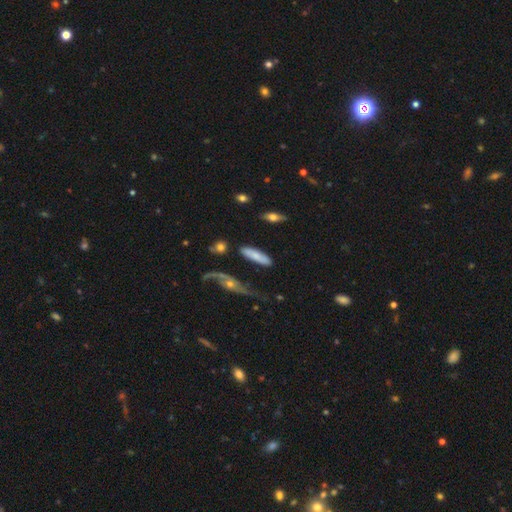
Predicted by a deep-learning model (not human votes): Smooth or featured? Predicted: smooth (p=0.62). How rounded? Predicted: cigar-shaped (p=0.52). Merging? Predicted: none (p=0.62).